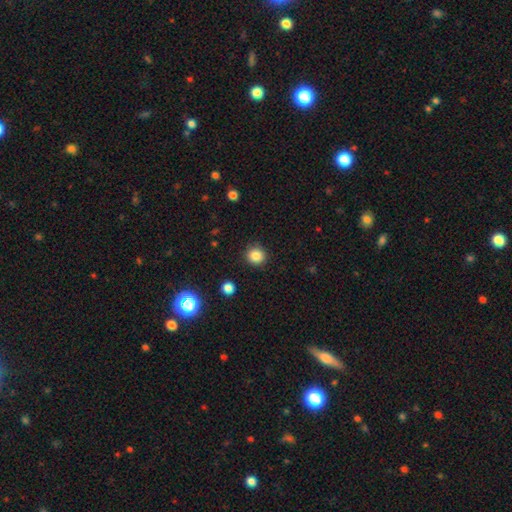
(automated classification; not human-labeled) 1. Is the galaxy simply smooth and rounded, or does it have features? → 85% smooth, 11% star or artifact, 4% featured or disk.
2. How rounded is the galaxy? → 92% round, 7% in between, 1% cigar-shaped.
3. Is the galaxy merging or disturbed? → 90% none, 7% minor disturbance, 2% major disturbance, 1% merger.